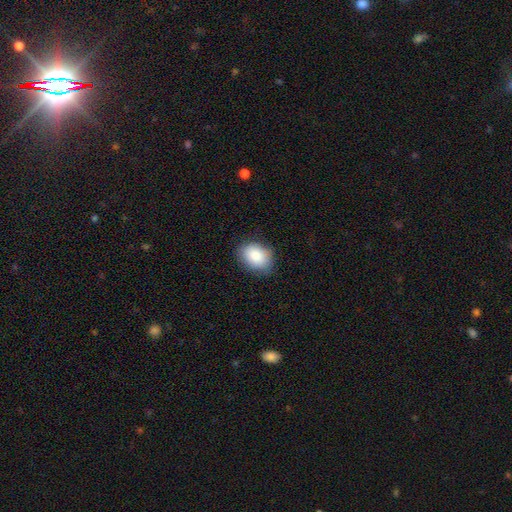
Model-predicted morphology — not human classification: Smooth or featured? Predicted: smooth (p=0.88). How rounded? Predicted: in between (p=0.74). Merging? Predicted: none (p=0.82).